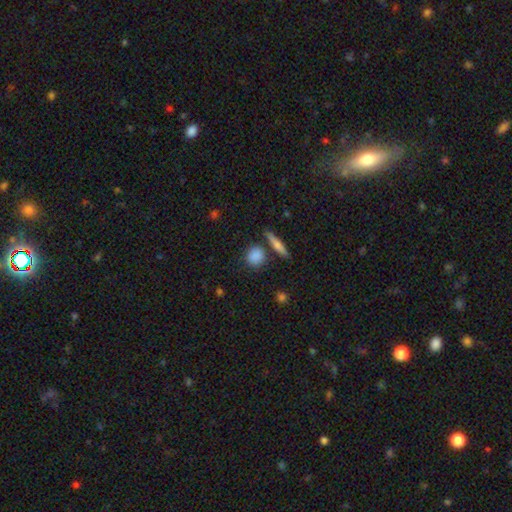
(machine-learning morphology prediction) Smooth or featured? smooth (85%)
How rounded? round (77%)
Merging? none (76%)